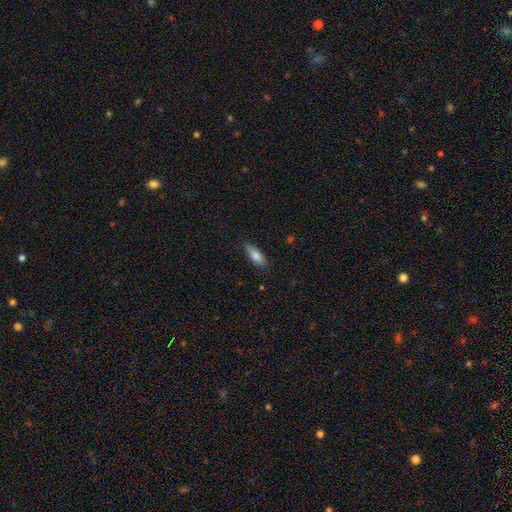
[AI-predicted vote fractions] Smooth or featured: smooth — 79% (featured or disk — 15%)
How rounded: in between — 62% (cigar-shaped — 36%)
Merging: none — 84% (minor disturbance — 13%)